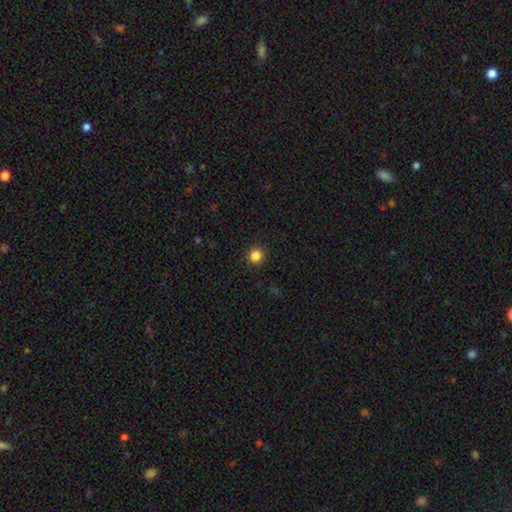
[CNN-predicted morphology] Smooth or featured? smooth (85%)
How rounded? round (94%)
Merging? none (92%)